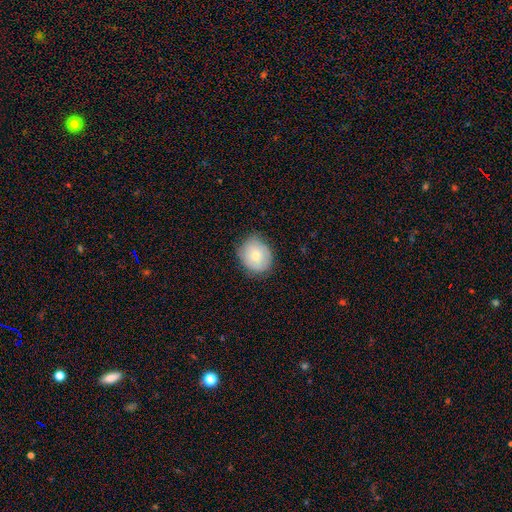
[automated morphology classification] smooth_or_featured: smooth (p=0.68) [alt: featured or disk p=0.24]
how_rounded: round (p=0.67) [alt: in between p=0.32]
merging: none (p=0.74) [alt: minor disturbance p=0.21]